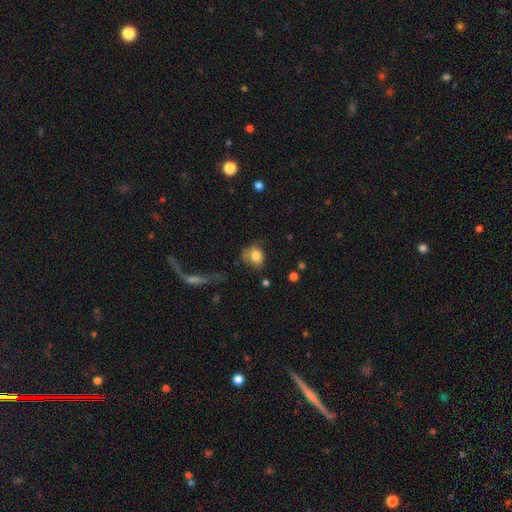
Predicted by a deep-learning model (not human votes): smooth-or-featured: smooth: 79% | featured or disk: 12% | star or artifact: 9%
  how-rounded: in between: 51% | round: 48% | cigar-shaped: 1%
  merging: none: 46% | minor disturbance: 30% | major disturbance: 19% | merger: 5%